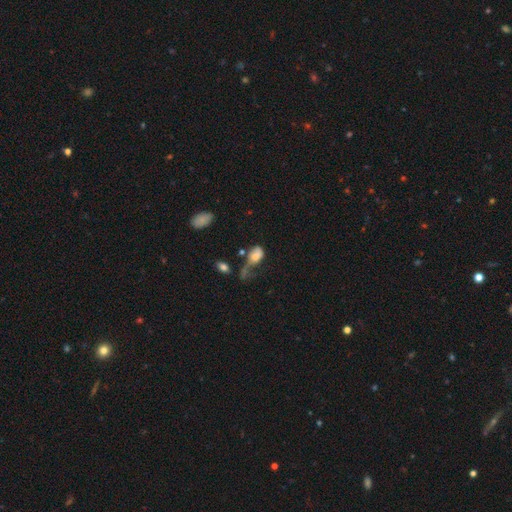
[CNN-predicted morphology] Smooth or featured? smooth (58%)
How rounded? in between (81%)
Merging? major disturbance (50%)